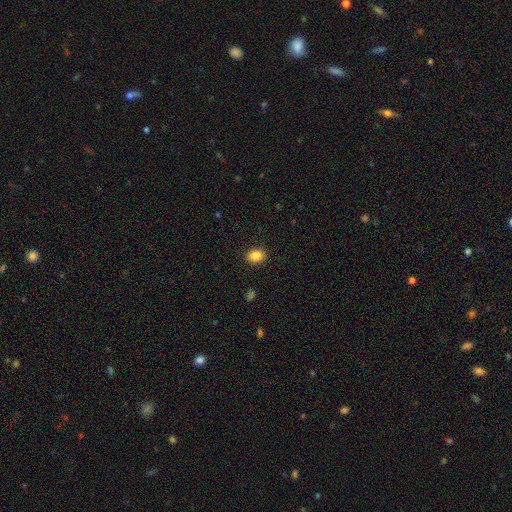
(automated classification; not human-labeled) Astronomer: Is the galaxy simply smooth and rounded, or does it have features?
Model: smooth — 86%.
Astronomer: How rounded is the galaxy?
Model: in between — 51% (runner-up: round, 48%).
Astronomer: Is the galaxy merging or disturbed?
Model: none — 90%.